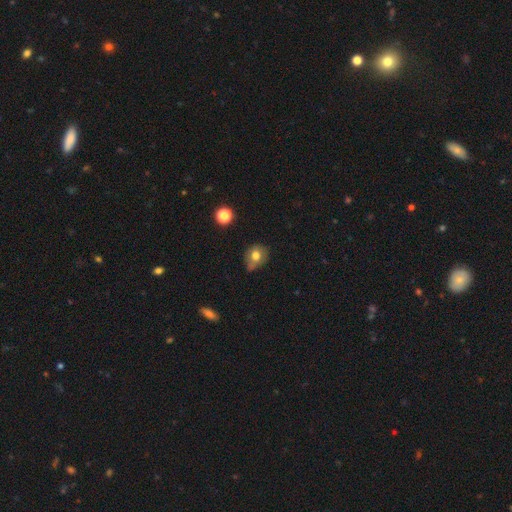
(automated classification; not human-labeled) smooth_or_featured: smooth (p=0.73) [alt: featured or disk p=0.16]
how_rounded: round (p=0.59) [alt: in between p=0.40]
merging: none (p=0.46) [alt: minor disturbance p=0.36]